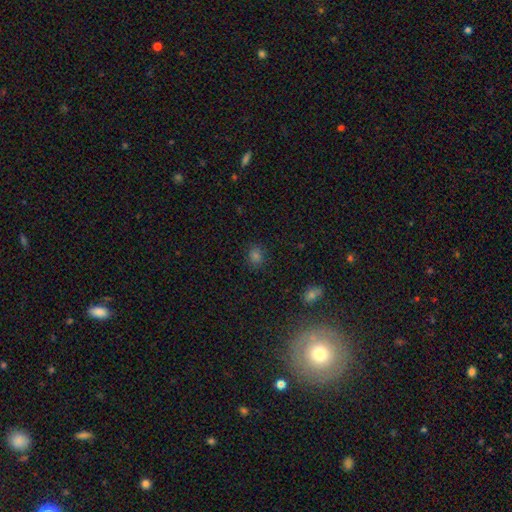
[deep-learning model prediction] A smooth galaxy with no disk features (70%) that is round (68%). Merging: none (85%).